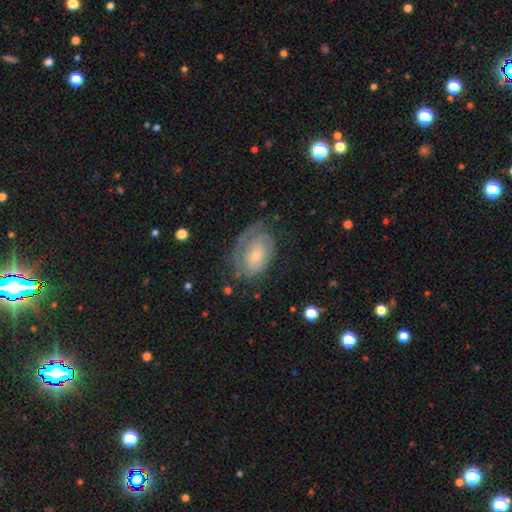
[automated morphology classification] smooth_or_featured: featured or disk (p=0.66) [alt: smooth p=0.26]
disk_edge_on: no (p=0.95) [alt: yes p=0.05]
bar: no (p=0.74) [alt: weak p=0.21]
has_spiral_arms: yes (p=0.78) [alt: no p=0.22]
bulge_size: small (p=0.56) [alt: moderate p=0.36]
merging: none (p=0.60) [alt: minor disturbance p=0.23]